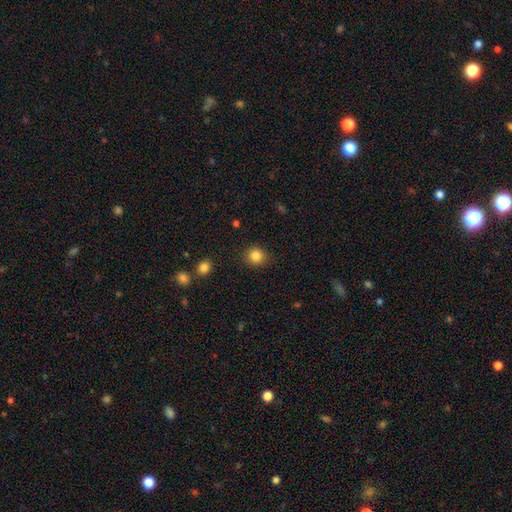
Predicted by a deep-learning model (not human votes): Q: Smooth or featured?
A: smooth (84%); runner-up: star or artifact (11%)
Q: How rounded?
A: round (87%); runner-up: in between (12%)
Q: Merging?
A: none (89%); runner-up: minor disturbance (7%)